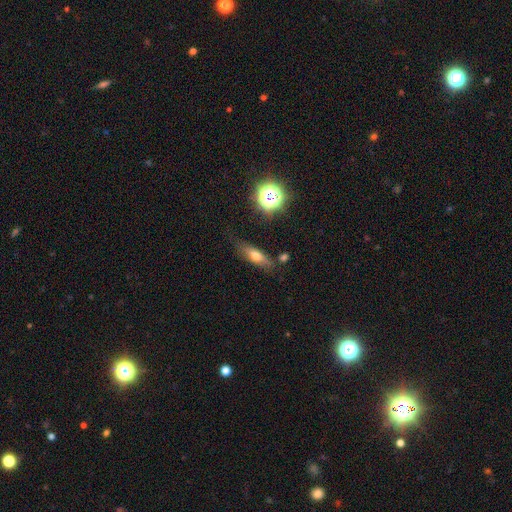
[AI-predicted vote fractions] A smooth galaxy with no disk features (58%) that is in between round and cigar-shaped (48%). Merging: none (73%).